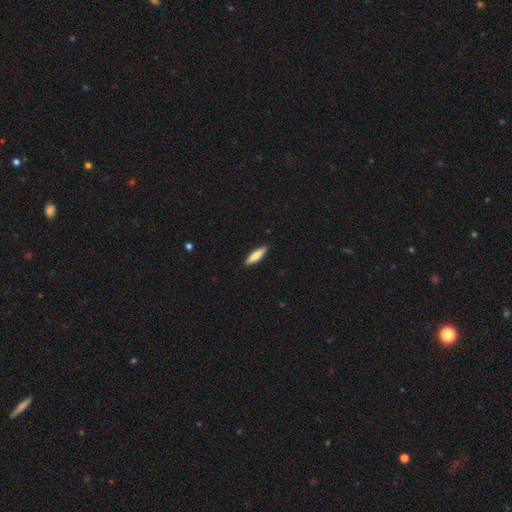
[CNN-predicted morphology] Smooth or featured? smooth (79%)
How rounded? cigar-shaped (69%)
Merging? none (90%)